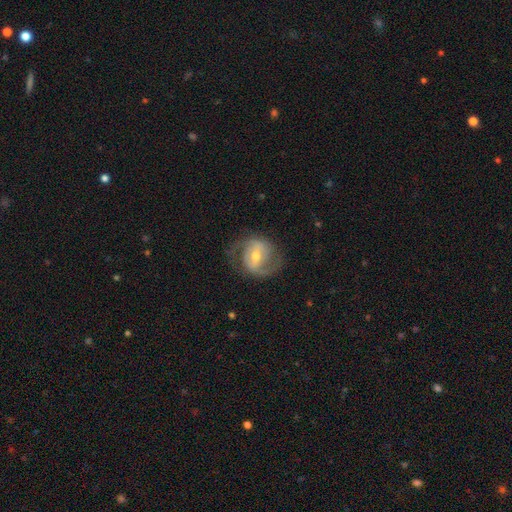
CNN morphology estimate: Overall: featured or disk (78%). Edge-on disk: no (97%). Bar: weak (46%; strong 30%). Spiral arms: yes (87%). Spiral arm count: 2 (84%). Spiral winding: medium (50%; tight 25%). Bulge size: moderate (65%; small 29%). Merging: none (69%).